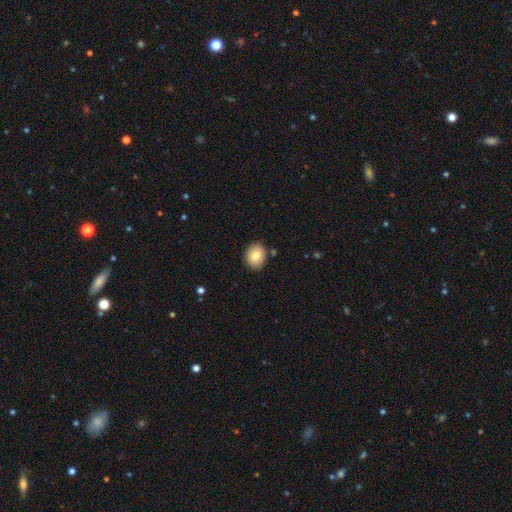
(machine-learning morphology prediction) type=smooth (81%); roundness=round (50%); merging=none (84%).